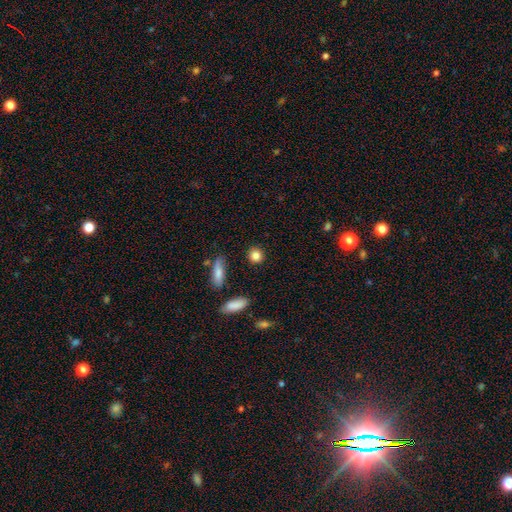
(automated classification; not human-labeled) Q: Smooth or featured?
A: smooth (84%); runner-up: star or artifact (9%)
Q: How rounded?
A: round (83%); runner-up: in between (14%)
Q: Merging?
A: none (88%); runner-up: minor disturbance (7%)